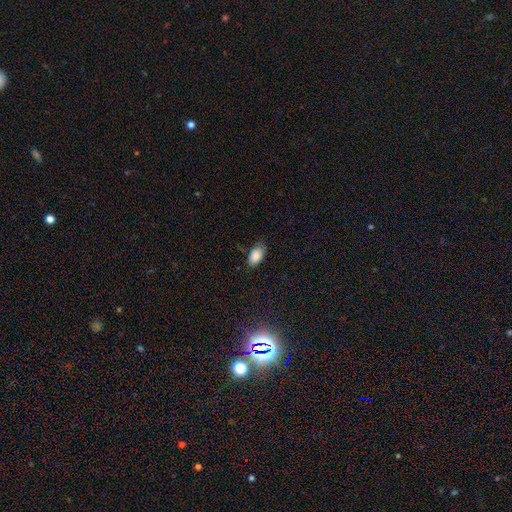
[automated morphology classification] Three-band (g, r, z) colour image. It shows a smooth galaxy with no disk features (86%) that is in between round and cigar-shaped (93%). Merging: none (76%).